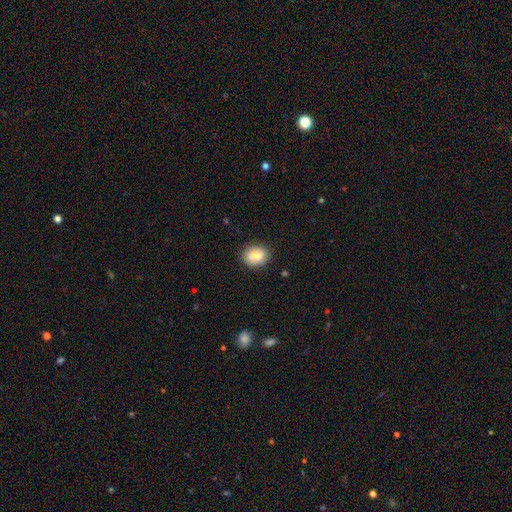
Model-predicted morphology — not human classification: This appears to be a smooth galaxy with no disk features (83%) that is in between round and cigar-shaped (50%). Merging: none (88%).